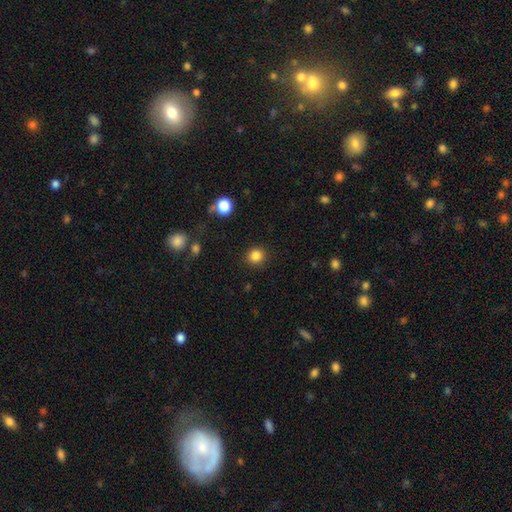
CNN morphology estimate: Q: Smooth or featured?
A: smooth (85%); runner-up: star or artifact (11%)
Q: How rounded?
A: round (91%); runner-up: in between (8%)
Q: Merging?
A: none (91%); runner-up: minor disturbance (6%)